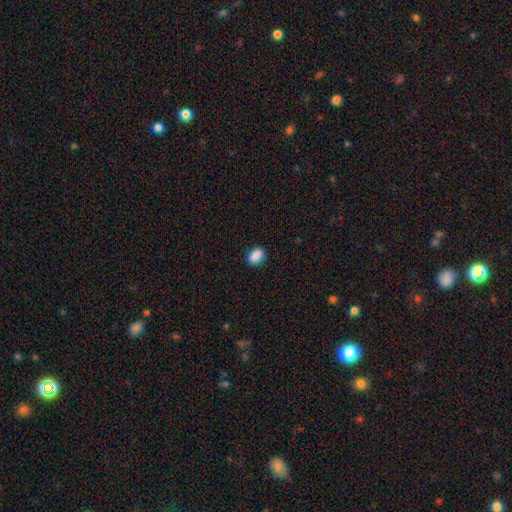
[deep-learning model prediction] Smooth or featured? Predicted: smooth (p=0.89). How rounded? Predicted: in between (p=0.82). Merging? Predicted: none (p=0.89).